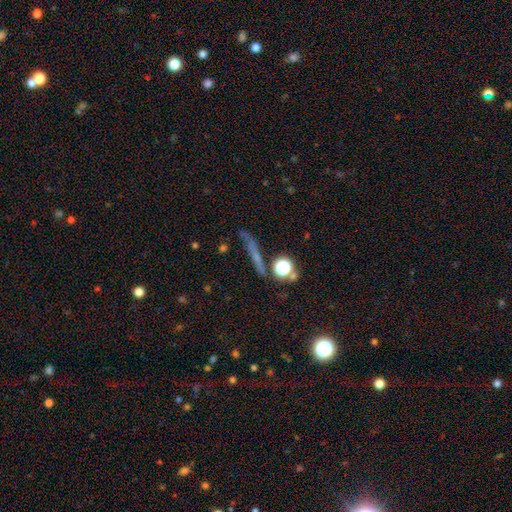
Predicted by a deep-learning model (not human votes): This is marginally a smooth galaxy (42%). Merging: likely none (74%).